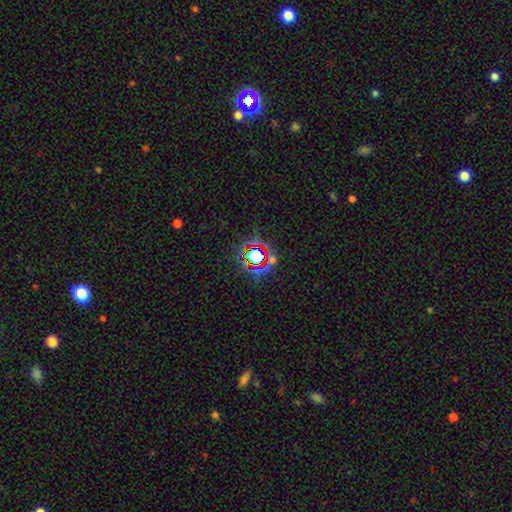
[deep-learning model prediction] star or artifact 69%, smooth 20%, featured or disk 11%.